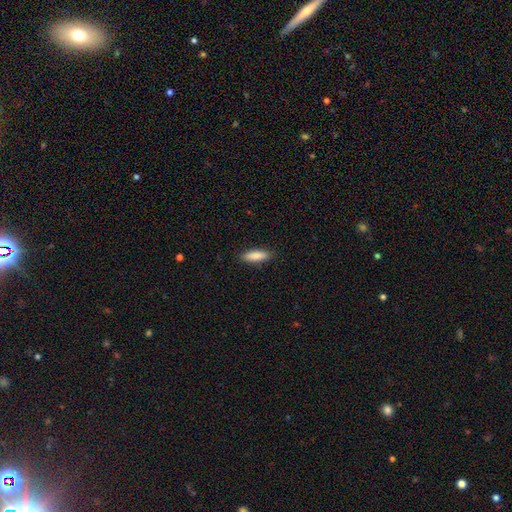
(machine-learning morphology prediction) type=smooth (85%); roundness=cigar-shaped (56%); merging=none (89%).